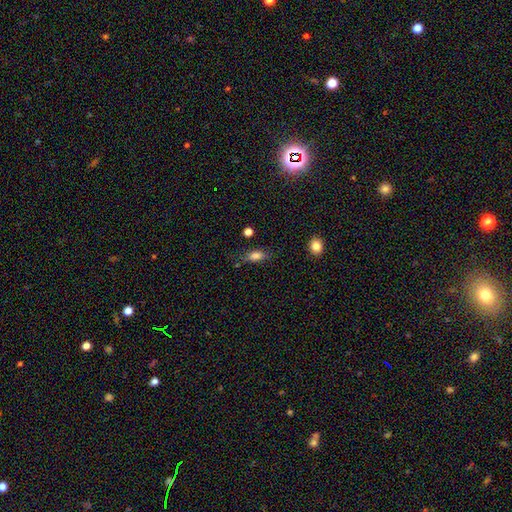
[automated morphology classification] smooth_or_featured: smooth (p=0.79) [alt: featured or disk p=0.11]
how_rounded: in between (p=0.78) [alt: cigar-shaped p=0.15]
merging: none (p=0.70) [alt: minor disturbance p=0.20]